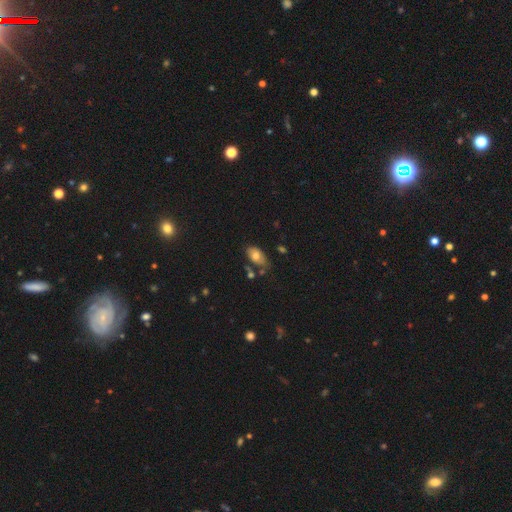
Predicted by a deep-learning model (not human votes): This appears to be a smooth galaxy with no disk features (73%) that is in between round and cigar-shaped (92%). Merging: none (59%).